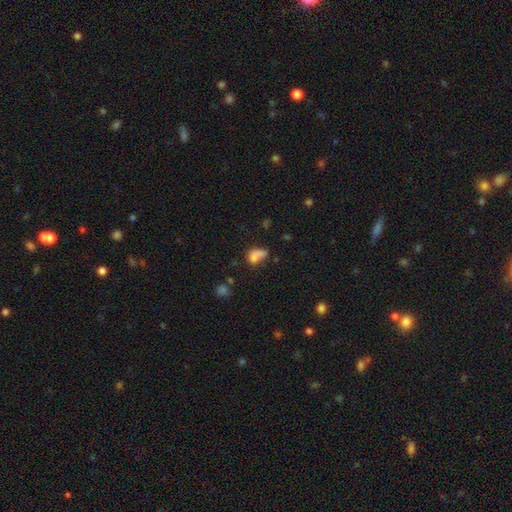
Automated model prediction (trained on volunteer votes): smooth_or_featured: smooth (p=0.72) [alt: featured or disk p=0.16]
how_rounded: in between (p=0.78) [alt: round p=0.18]
merging: merger (p=0.34) [alt: none p=0.29]